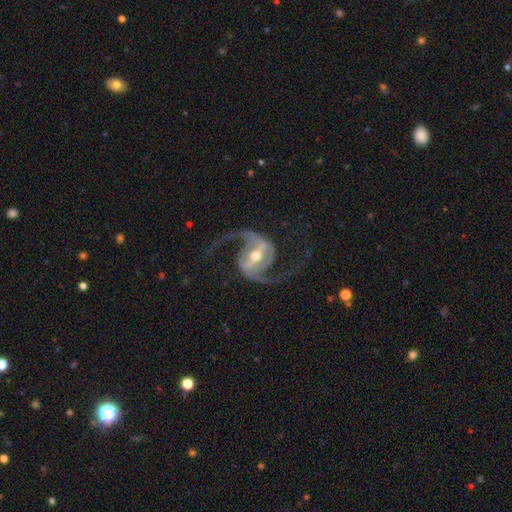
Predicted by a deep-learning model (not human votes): Morphology: type=featured or disk (94%); edge-on=no (98%); bar=strong (56%); spiral arms=yes (98%); winding=loose (48%); arm count=2 (95%); bulge=moderate (62%); merging=none (81%).